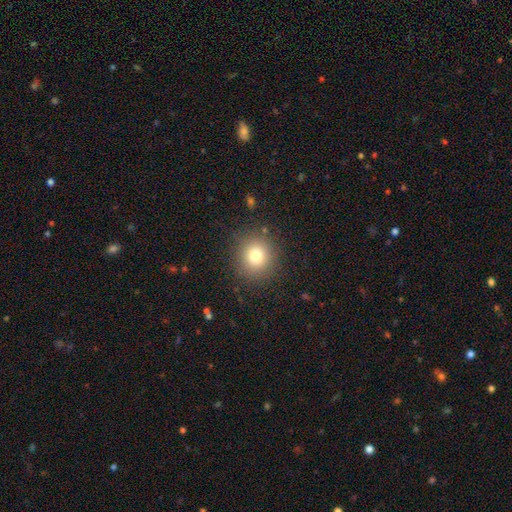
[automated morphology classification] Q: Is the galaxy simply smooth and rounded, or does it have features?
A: smooth — 78%.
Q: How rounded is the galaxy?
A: round — 89%.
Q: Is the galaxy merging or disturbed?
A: none — 87%.